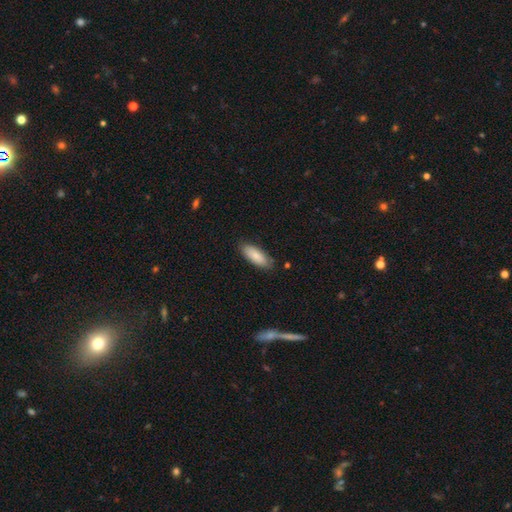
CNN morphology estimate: This appears to be a smooth galaxy with no disk features (86%) that is in between round and cigar-shaped (75%). Merging: none (82%).